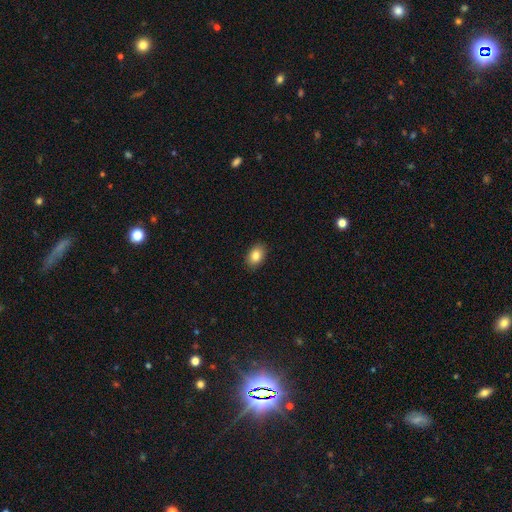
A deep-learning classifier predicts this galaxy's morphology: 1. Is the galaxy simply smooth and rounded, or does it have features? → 84% smooth, 8% star or artifact, 8% featured or disk.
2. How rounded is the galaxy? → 82% in between, 17% round, 1% cigar-shaped.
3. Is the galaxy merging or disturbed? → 89% none, 8% minor disturbance, 2% major disturbance, 1% merger.